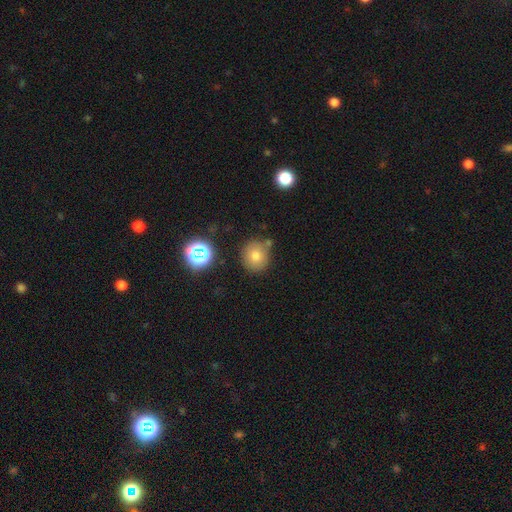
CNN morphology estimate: Smooth or featured: smooth — 74% (star or artifact — 16%)
How rounded: round — 86% (in between — 13%)
Merging: none — 76% (minor disturbance — 13%)